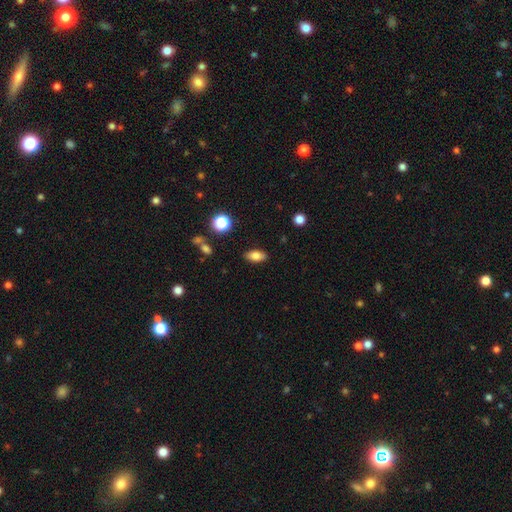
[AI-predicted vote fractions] smooth-or-featured: smooth: 79% | featured or disk: 11% | star or artifact: 10%
  how-rounded: in between: 86% | cigar-shaped: 7% | round: 6%
  merging: none: 87% | minor disturbance: 9% | major disturbance: 2% | merger: 2%